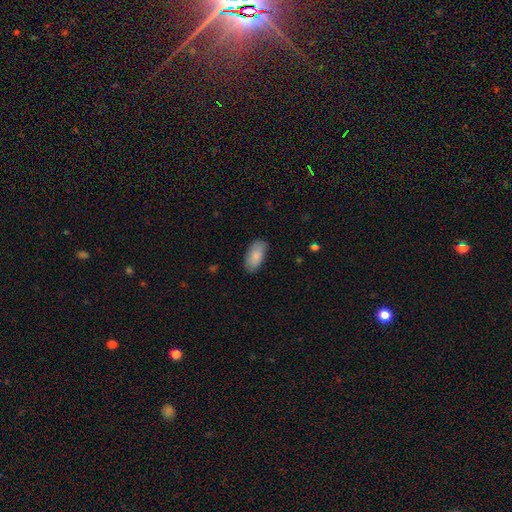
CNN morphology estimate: Overall: smooth (88%). How rounded: in between (92%). Merging: none (84%).